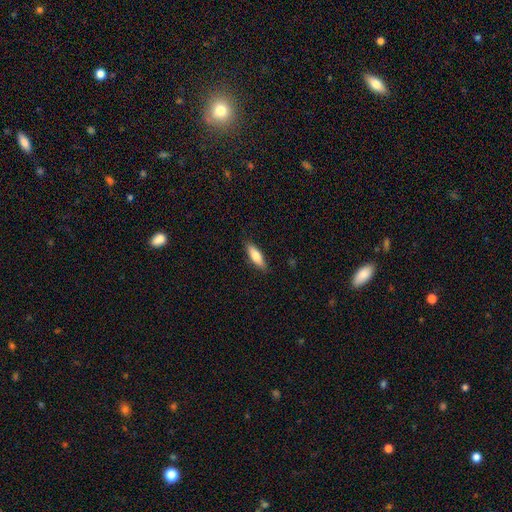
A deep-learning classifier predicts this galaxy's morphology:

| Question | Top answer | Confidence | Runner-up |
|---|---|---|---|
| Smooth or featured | smooth | 74% | featured or disk (20%) |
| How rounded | cigar-shaped | 51% | in between (47%) |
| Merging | none | 86% | minor disturbance (11%) |